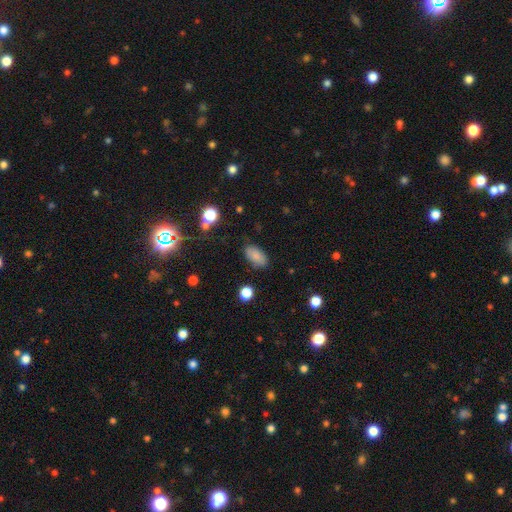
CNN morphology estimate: smooth-or-featured: smooth: 83% | star or artifact: 9% | featured or disk: 8%
  how-rounded: in between: 93% | round: 4% | cigar-shaped: 3%
  merging: none: 83% | minor disturbance: 12% | major disturbance: 3% | merger: 2%